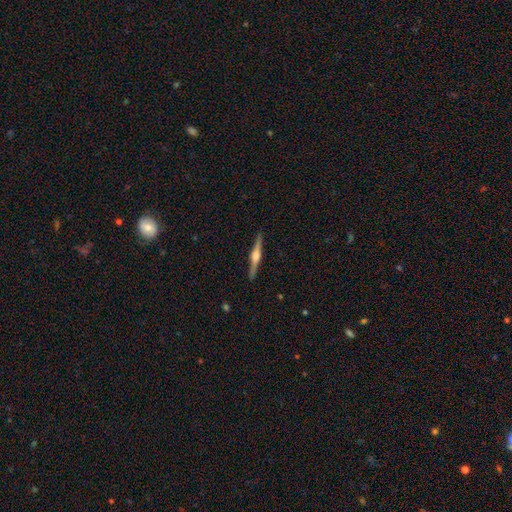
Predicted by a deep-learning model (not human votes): A featured or disk galaxy (80%) viewed edge-on (98%) with a rounded central bulge (86%).

Vote fractions:
- Smooth or featured? featured or disk: 80% / smooth: 15% / star or artifact: 5%
- Edge-on disk? yes: 98% / no: 2%
- Edge-on bulge? rounded: 86% / boxy: 11% / none: 3%
- Merging? none: 91% / minor disturbance: 6% / major disturbance: 1% / merger: 1%